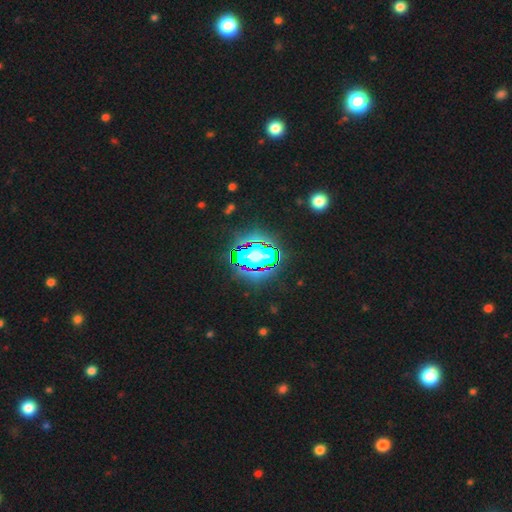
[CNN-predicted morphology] smooth_or_featured: star or artifact (p=0.63) [alt: smooth p=0.22]